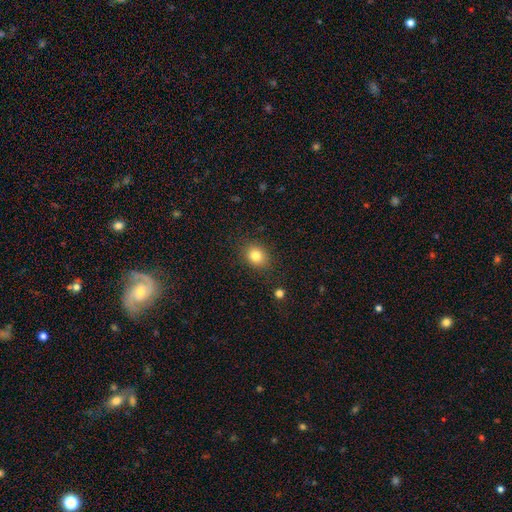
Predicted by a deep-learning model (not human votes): This is clearly a smooth galaxy (82%). How rounded: possibly round (57%). Merging: clearly none (86%).